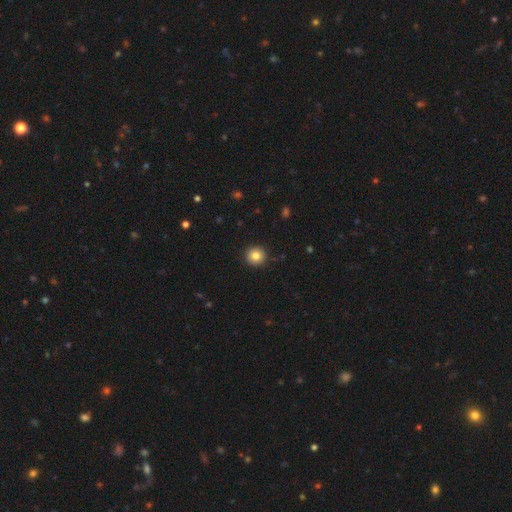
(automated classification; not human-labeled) smooth-or-featured: smooth: 83% | star or artifact: 10% | featured or disk: 7%
  how-rounded: round: 95% | in between: 5% | cigar-shaped: 1%
  merging: none: 91% | minor disturbance: 6% | major disturbance: 2% | merger: 1%